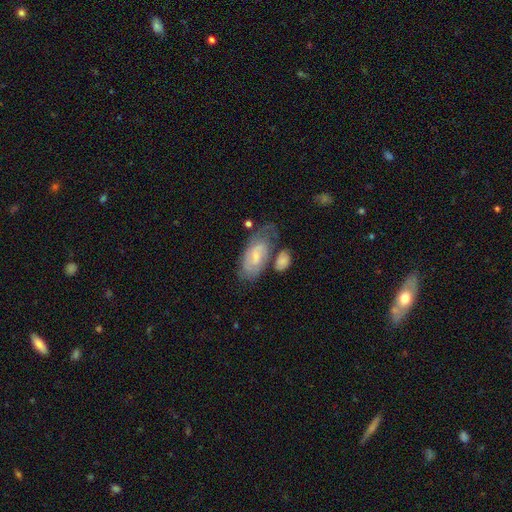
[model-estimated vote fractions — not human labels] The model was most divided on "smooth or featured": featured or disk: 52%, smooth: 42%, star or artifact: 7%. Remaining: edge-on disk — no (92%); merging — none (43%).